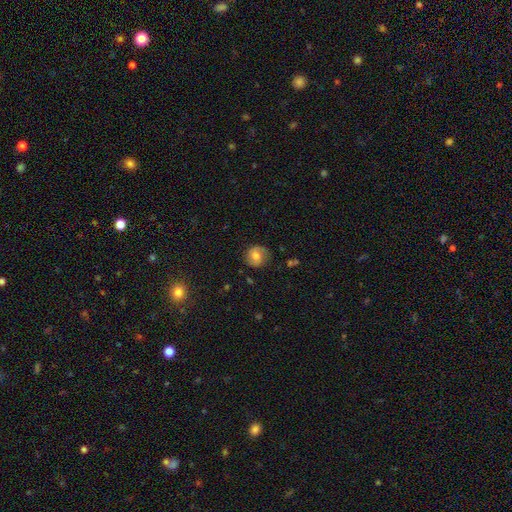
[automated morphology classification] Q: Smooth or featured?
A: smooth (52%); runner-up: featured or disk (38%)
Q: How rounded?
A: round (81%); runner-up: in between (18%)
Q: Merging?
A: none (78%); runner-up: minor disturbance (15%)